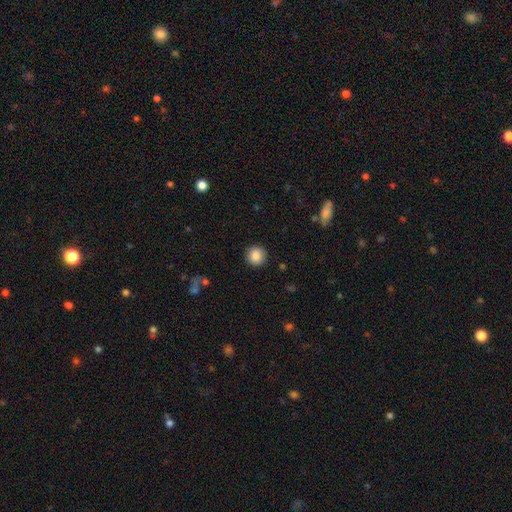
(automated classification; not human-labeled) Morphology: type=smooth (87%); roundness=round (93%); merging=none (91%).